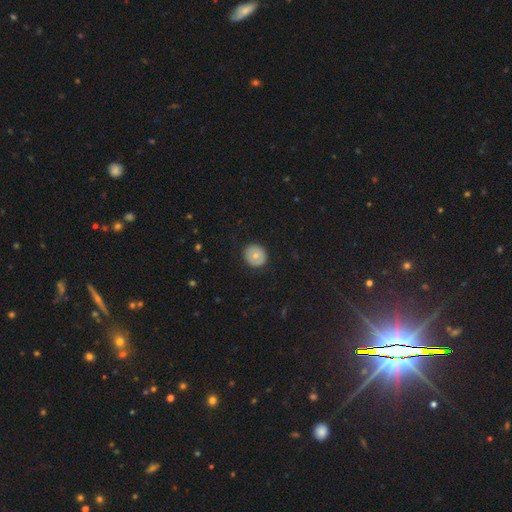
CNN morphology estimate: smooth 67%, featured or disk 24%, star or artifact 9%. Down the decision tree: how rounded — round (90%); merging — none (89%).